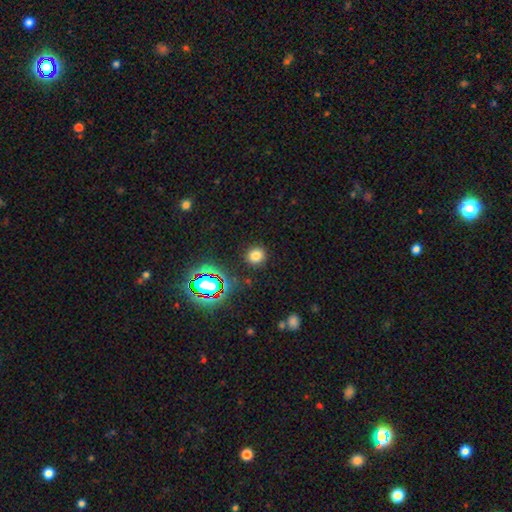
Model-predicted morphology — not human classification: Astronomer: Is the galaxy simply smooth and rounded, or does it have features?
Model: smooth — 75%.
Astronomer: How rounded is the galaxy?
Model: round — 85%.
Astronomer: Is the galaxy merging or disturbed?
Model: none — 89%.